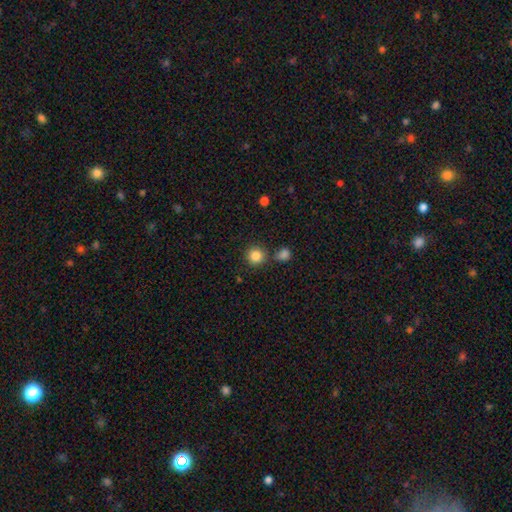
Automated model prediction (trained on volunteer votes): This appears to be a smooth galaxy with no disk features (84%) that is round (94%). Merging: none (80%).